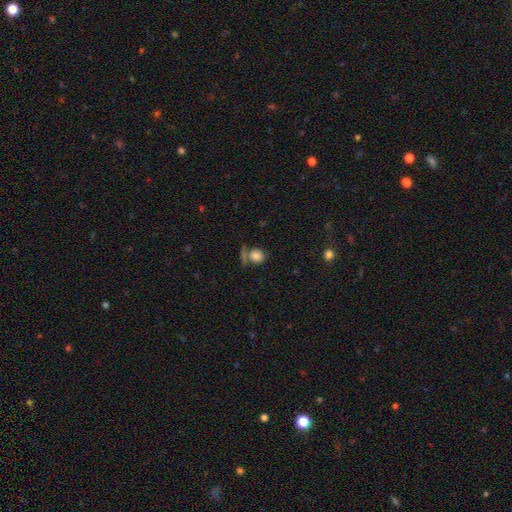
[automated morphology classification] The model was most divided on "merging": none: 58%, merger: 20%, minor disturbance: 13%, major disturbance: 8%. More confident: how rounded — round (82%); smooth or featured — smooth (80%).